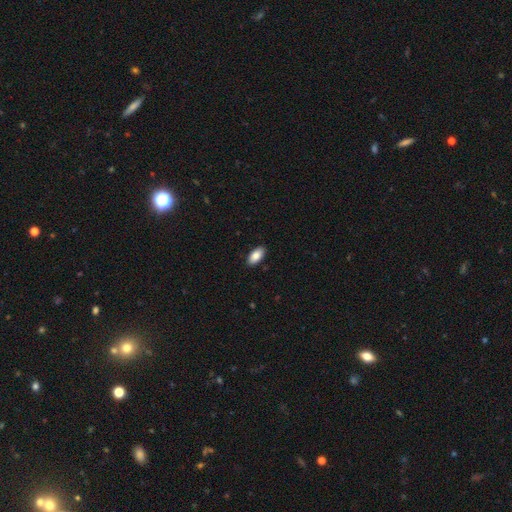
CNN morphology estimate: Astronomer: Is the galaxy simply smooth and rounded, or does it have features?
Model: smooth — 85%.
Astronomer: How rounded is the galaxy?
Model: in between — 93%.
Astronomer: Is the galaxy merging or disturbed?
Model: none — 90%.